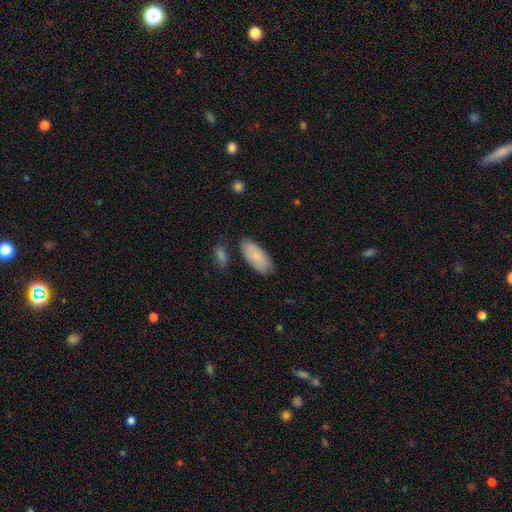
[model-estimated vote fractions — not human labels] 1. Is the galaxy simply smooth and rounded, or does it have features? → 83% smooth, 12% featured or disk, 6% star or artifact.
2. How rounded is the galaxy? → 90% in between, 8% cigar-shaped, 2% round.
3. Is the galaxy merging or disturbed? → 80% none, 13% minor disturbance, 4% merger, 3% major disturbance.